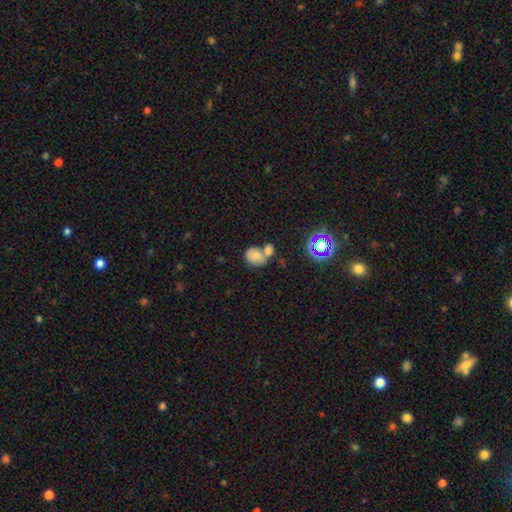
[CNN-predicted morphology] The model was most divided on "how rounded": round: 57%, in between: 42%, cigar-shaped: 1%. More confident: smooth or featured — smooth (66%); merging — merger (54%).